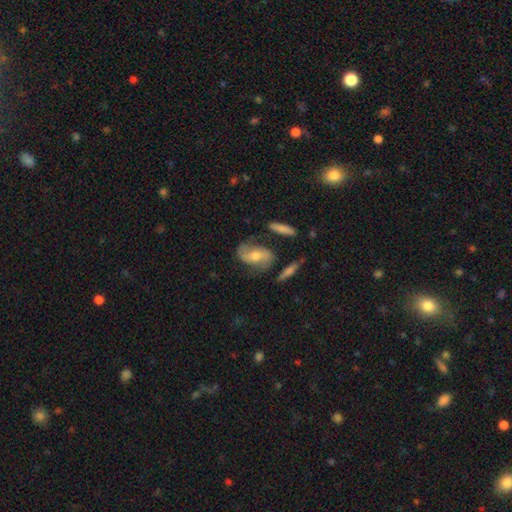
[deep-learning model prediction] Smooth or featured: featured or disk — 68% (smooth — 25%)
Edge-on disk: no — 93% (yes — 7%)
Bar: no — 45% (weak — 40%)
Spiral arms: yes — 90% (no — 10%)
Spiral winding: loose — 49% (medium — 37%)
Spiral arm count: 2 — 87% (can't tell — 6%)
Bulge size: moderate — 62% (small — 26%)
Merging: none — 66% (minor disturbance — 20%)